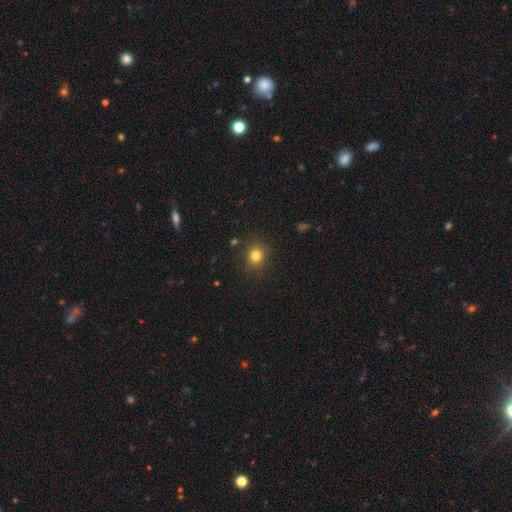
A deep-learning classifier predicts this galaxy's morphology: The model was most divided on "how rounded": round: 79%, in between: 20%, cigar-shaped: 1%. More confident: merging — none (87%); smooth or featured — smooth (81%).